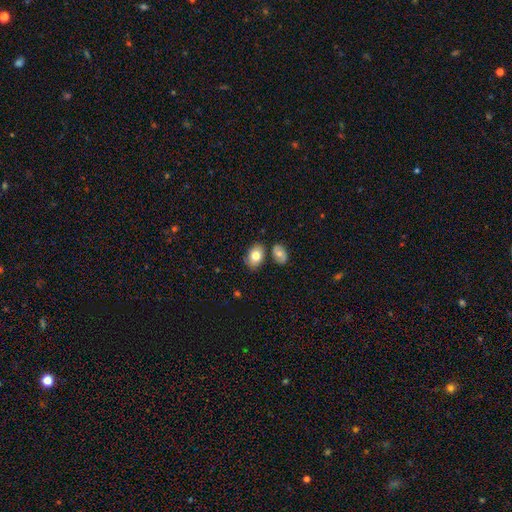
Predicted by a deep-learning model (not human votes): smooth-or-featured: smooth: 76% | featured or disk: 17% | star or artifact: 7%
  how-rounded: in between: 82% | round: 17% | cigar-shaped: 1%
  merging: none: 68% | minor disturbance: 15% | merger: 14% | major disturbance: 4%